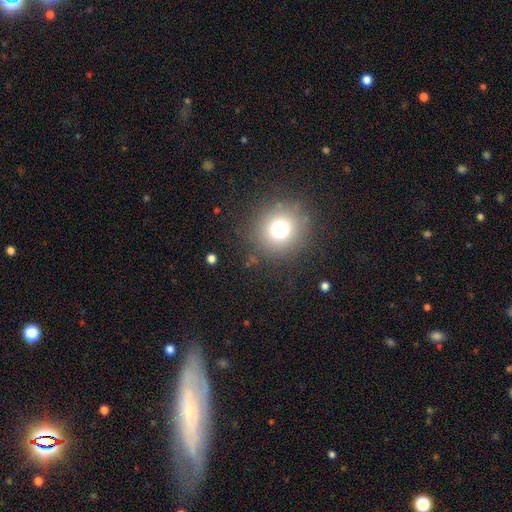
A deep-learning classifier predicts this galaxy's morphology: This appears to be a smooth galaxy with no disk features (55%) that is round (86%). Merging: none (87%).